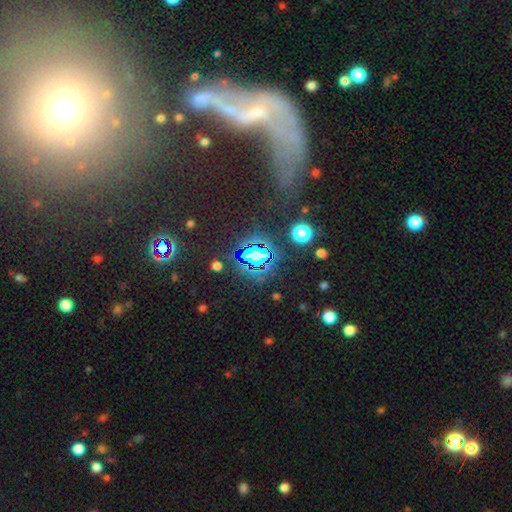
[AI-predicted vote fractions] A star or artifact, not a galaxy (69%).